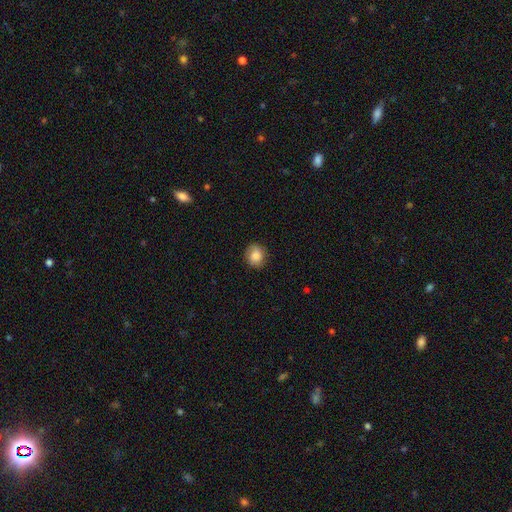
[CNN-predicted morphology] Smooth or featured? Predicted: smooth (p=0.84). How rounded? Predicted: round (p=0.76). Merging? Predicted: none (p=0.85).